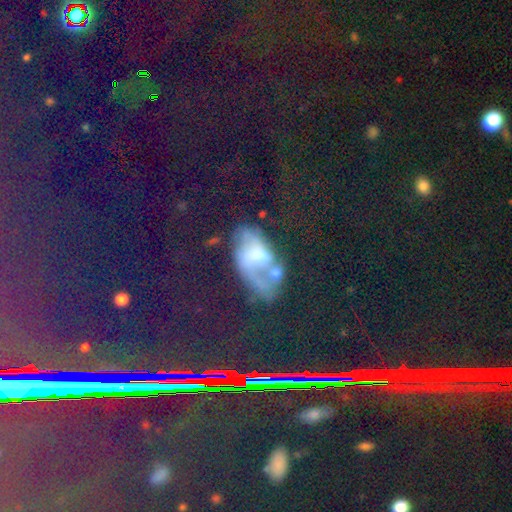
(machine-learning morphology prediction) smooth_or_featured: featured or disk (p=0.47) [alt: smooth p=0.30]
merging: major disturbance (p=0.31) [alt: none p=0.27]